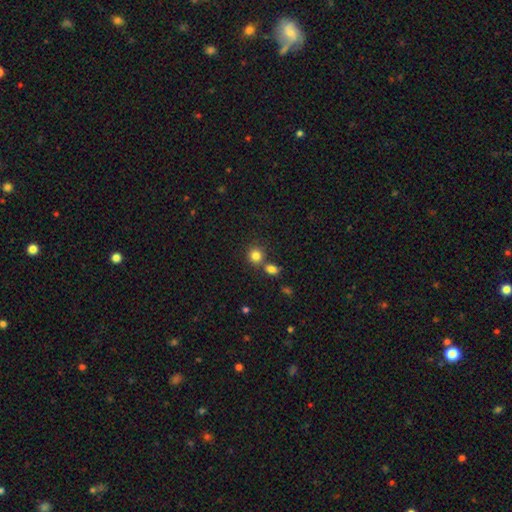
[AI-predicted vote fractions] Smooth or featured? Predicted: smooth (p=0.82). How rounded? Predicted: round (p=0.85). Merging? Predicted: none (p=0.64).